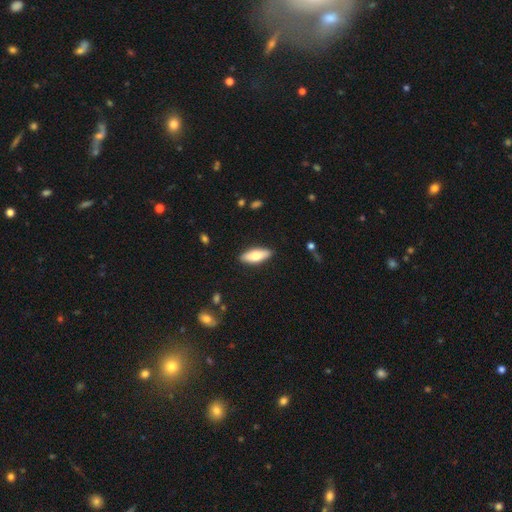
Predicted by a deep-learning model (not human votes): smooth 72%, featured or disk 22%, star or artifact 5%. Down the decision tree: how rounded — in between (67%); merging — none (89%).